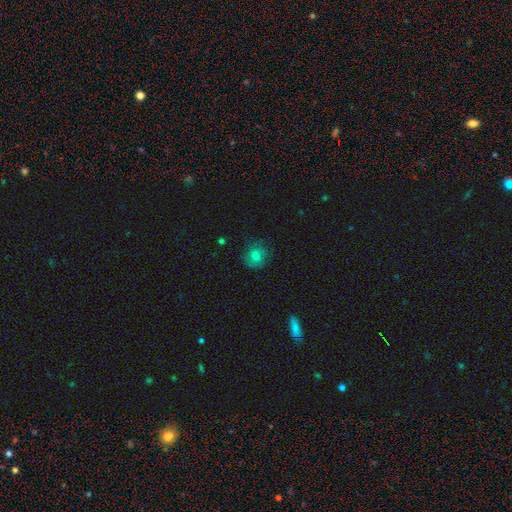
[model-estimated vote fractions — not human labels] This appears to be a smooth galaxy with no disk features (71%) that is round (83%). Merging: none (75%).